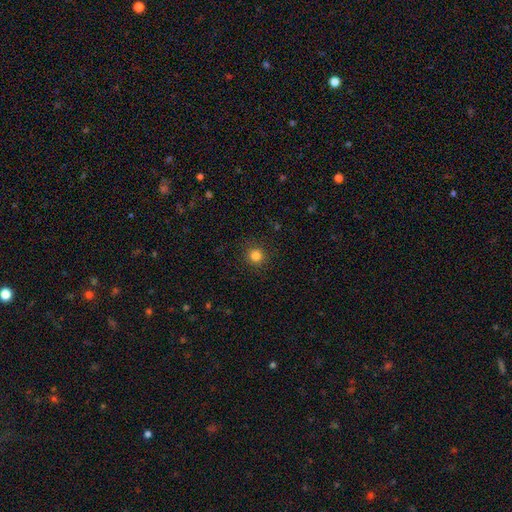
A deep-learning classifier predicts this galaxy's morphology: Smooth or featured? Predicted: smooth (p=0.83). How rounded? Predicted: round (p=0.94). Merging? Predicted: none (p=0.91).